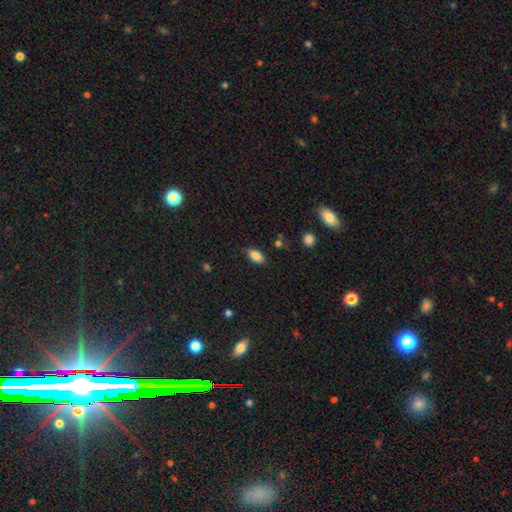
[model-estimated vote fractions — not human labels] A smooth galaxy with no disk features (86%) that is in between round and cigar-shaped (91%). Merging: none (83%).